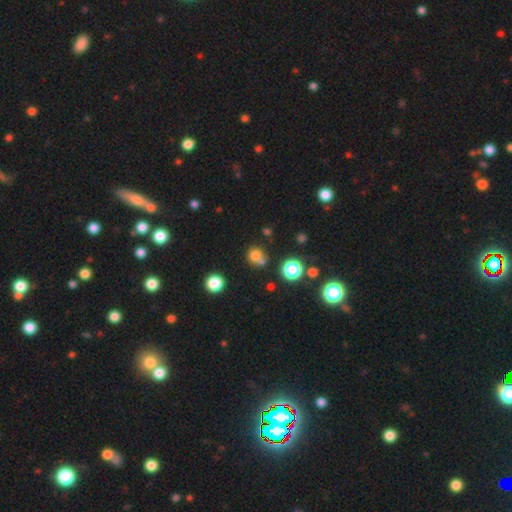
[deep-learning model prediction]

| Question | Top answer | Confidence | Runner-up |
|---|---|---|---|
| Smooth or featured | smooth | 73% | star or artifact (19%) |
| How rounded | round | 85% | in between (14%) |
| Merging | none | 55% | merger (30%) |